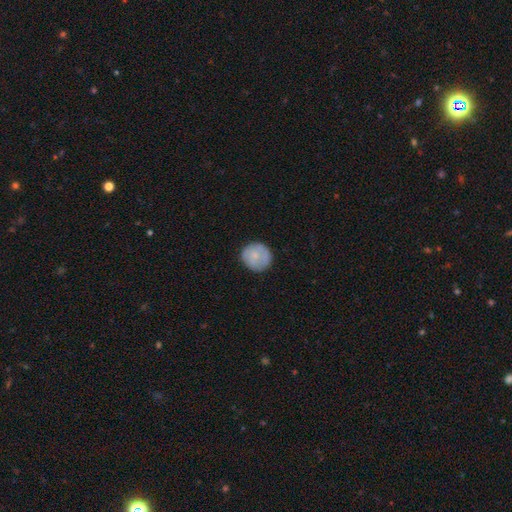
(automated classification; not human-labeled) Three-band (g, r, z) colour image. It shows a smooth galaxy with no disk features (75%) that is round (91%). Merging: none (83%).